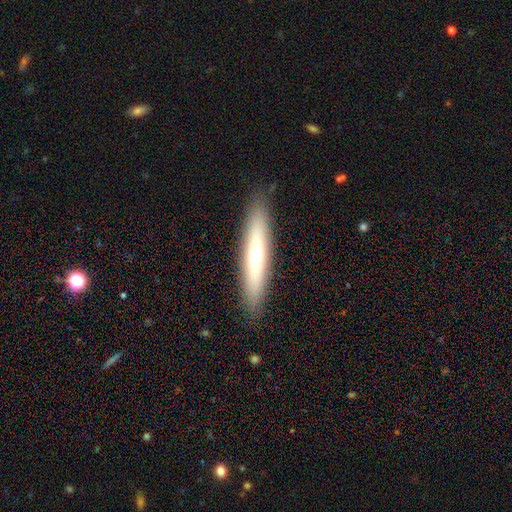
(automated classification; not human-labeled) This is possibly a smooth galaxy (54%). How rounded: clearly cigar-shaped (88%). Merging: clearly none (90%).